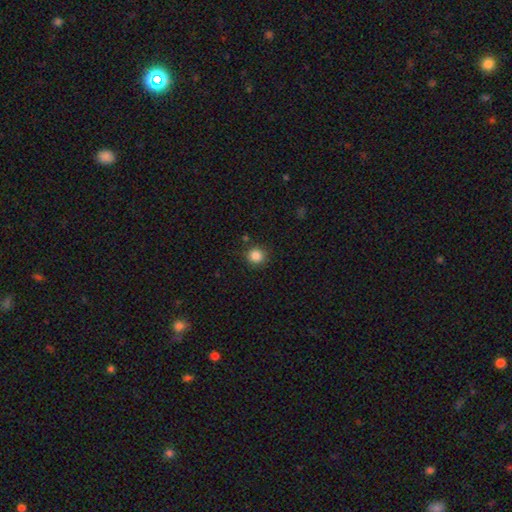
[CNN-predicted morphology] This appears to be a smooth galaxy with no disk features (86%) that is round (92%). Merging: none (87%).